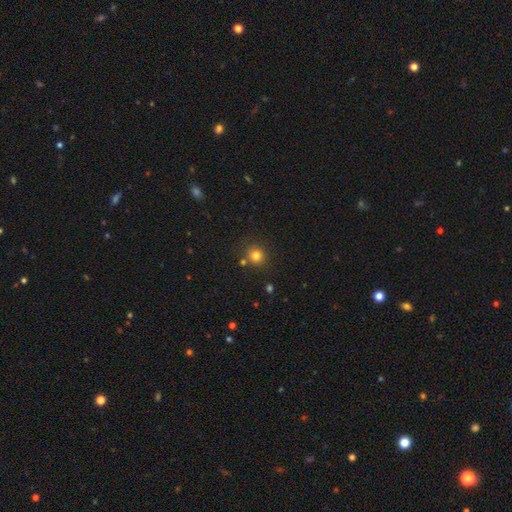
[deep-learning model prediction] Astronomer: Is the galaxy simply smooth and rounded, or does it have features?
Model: smooth — 79%.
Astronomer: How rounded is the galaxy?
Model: round — 91%.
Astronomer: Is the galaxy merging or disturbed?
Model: none — 81%.